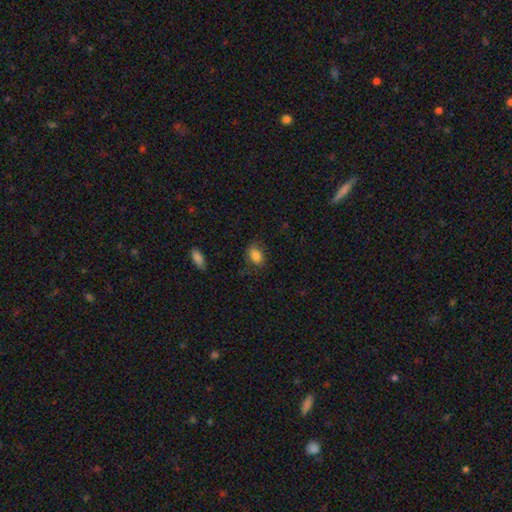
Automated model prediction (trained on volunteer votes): A smooth galaxy with no disk features (84%) that is in between round and cigar-shaped (78%).

Vote fractions:
- Smooth or featured? smooth: 84% / star or artifact: 9% / featured or disk: 7%
- How rounded? in between: 78% / round: 21% / cigar-shaped: 2%
- Merging? none: 76% / minor disturbance: 17% / major disturbance: 5% / merger: 1%